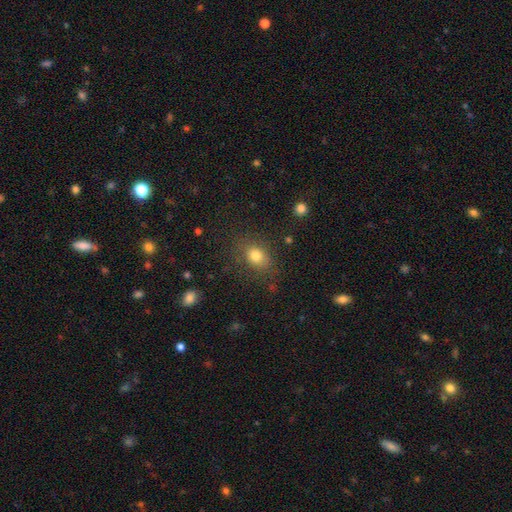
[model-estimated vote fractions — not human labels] A smooth galaxy with no disk features (79%) that is in between round and cigar-shaped (60%).

Vote fractions:
- Smooth or featured? smooth: 79% / star or artifact: 12% / featured or disk: 9%
- How rounded? in between: 60% / round: 39% / cigar-shaped: 1%
- Merging? none: 77% / minor disturbance: 15% / major disturbance: 6% / merger: 2%